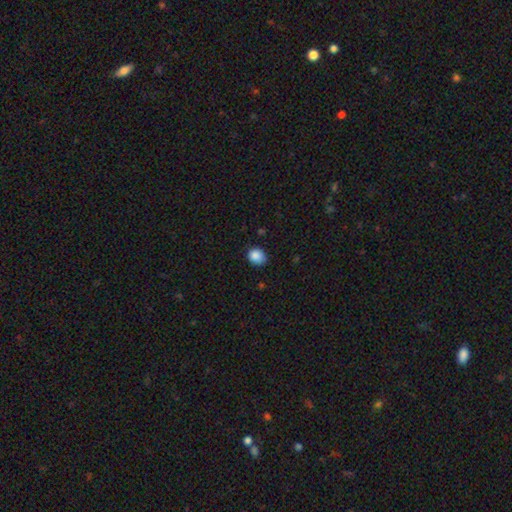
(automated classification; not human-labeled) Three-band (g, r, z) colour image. It shows a smooth galaxy with no disk features (87%) that is round (70%). Merging: none (75%).